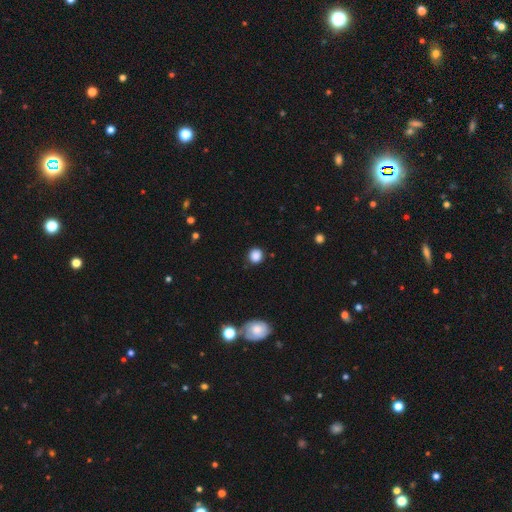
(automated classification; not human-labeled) smooth 86%, star or artifact 11%, featured or disk 4%. Down the decision tree: how rounded — round (88%); merging — none (86%).